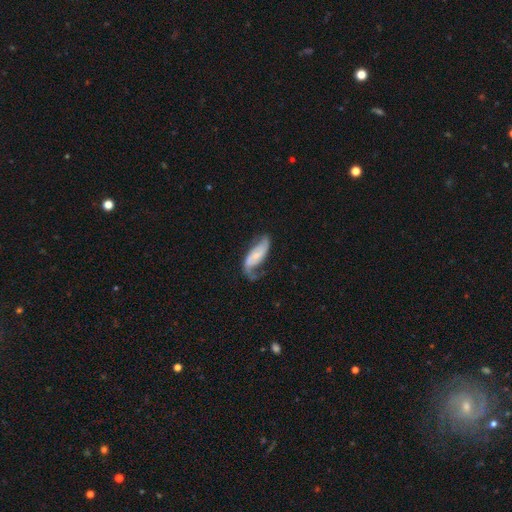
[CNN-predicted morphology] Smooth or featured?
  - featured or disk: 69% *
  - smooth: 25%
  - star or artifact: 6%
Edge-on disk?
  - no: 93% *
  - yes: 7%
Bar?
  - no: 44% *
  - weak: 35%
  - strong: 21%
Spiral arms?
  - yes: 92% *
  - no: 8%
Spiral winding?
  - loose: 57% *
  - medium: 31%
  - tight: 13%
Spiral arm count?
  - 2: 79% *
  - 1: 13%
  - can't tell: 6%
  - 3: 1%
  - 4: 1%
  - more than 4: 1%
Bulge size?
  - small: 56% *
  - moderate: 23%
  - none: 16%
  - large: 4%
  - dominant: 2%
Merging?
  - none: 47% *
  - minor disturbance: 27%
  - major disturbance: 23%
  - merger: 3%